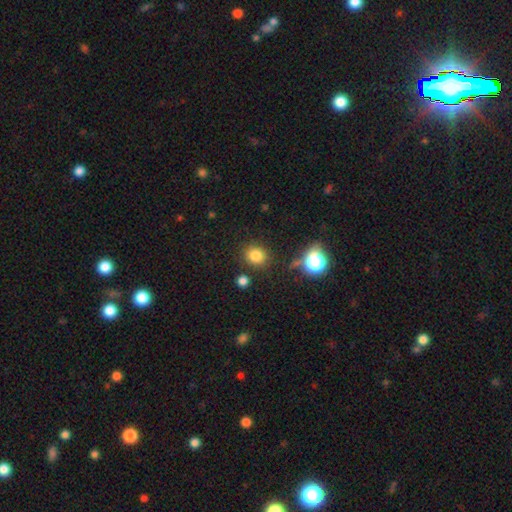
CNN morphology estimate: The model was most divided on "how rounded": round: 75%, in between: 24%, cigar-shaped: 1%. More confident: merging — none (83%); smooth or featured — smooth (80%).